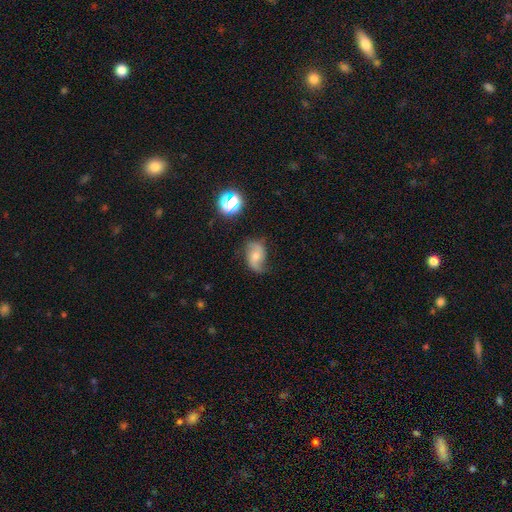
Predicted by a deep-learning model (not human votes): Smooth or featured? Predicted: featured or disk (p=0.56). Edge-on disk? Predicted: no (p=0.96). Bar? Predicted: no (p=0.62). Spiral arms? Predicted: yes (p=0.89). Bulge size? Predicted: moderate (p=0.48). Merging? Predicted: none (p=0.62).